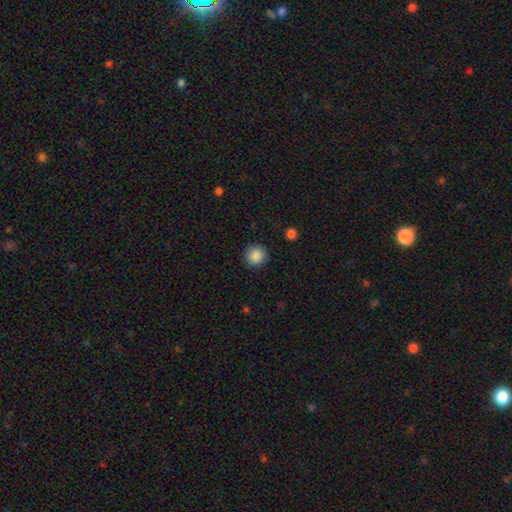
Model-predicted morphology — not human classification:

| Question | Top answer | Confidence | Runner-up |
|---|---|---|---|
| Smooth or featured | smooth | 88% | star or artifact (9%) |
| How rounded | round | 93% | in between (6%) |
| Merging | none | 91% | minor disturbance (6%) |